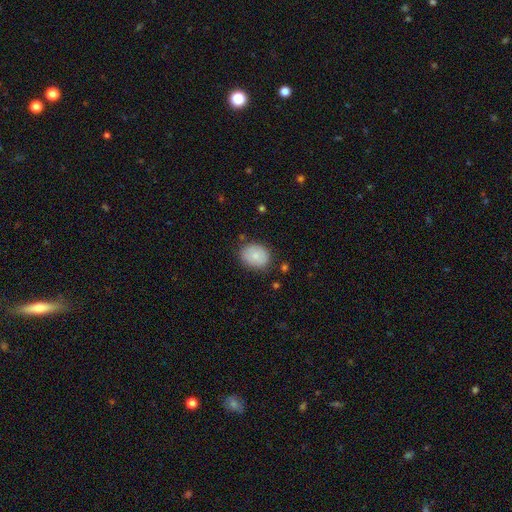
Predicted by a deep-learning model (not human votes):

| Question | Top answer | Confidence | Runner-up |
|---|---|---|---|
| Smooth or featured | smooth | 79% | featured or disk (13%) |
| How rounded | in between | 52% | round (47%) |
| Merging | none | 78% | minor disturbance (16%) |